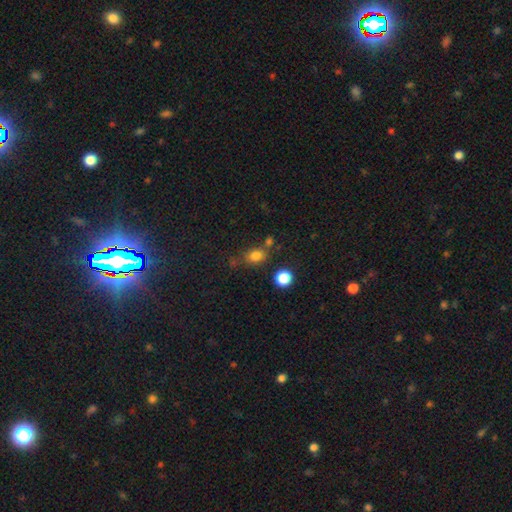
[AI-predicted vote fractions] This appears to be a smooth galaxy with no disk features (79%) that is in between round and cigar-shaped (54%). Merging: none (64%).